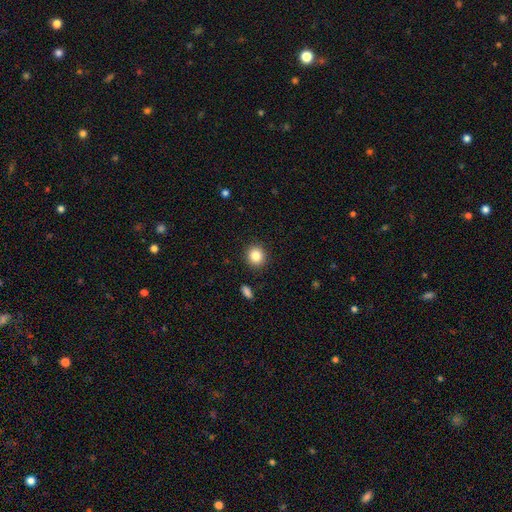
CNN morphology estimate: Q: Smooth or featured?
A: smooth (84%); runner-up: star or artifact (10%)
Q: How rounded?
A: round (87%); runner-up: in between (12%)
Q: Merging?
A: none (91%); runner-up: minor disturbance (6%)